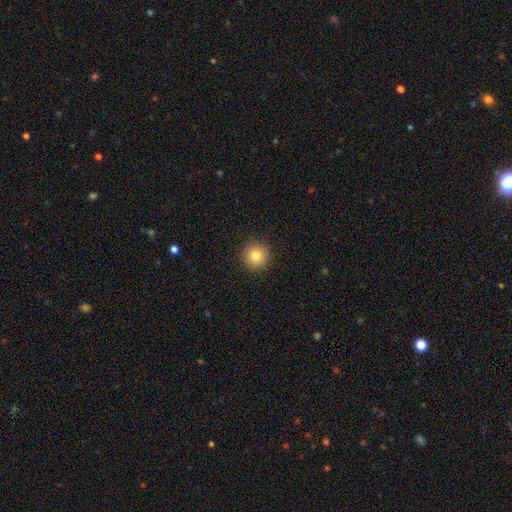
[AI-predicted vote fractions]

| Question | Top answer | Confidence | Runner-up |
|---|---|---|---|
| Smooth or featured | smooth | 81% | star or artifact (11%) |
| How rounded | round | 95% | in between (4%) |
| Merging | none | 92% | minor disturbance (5%) |